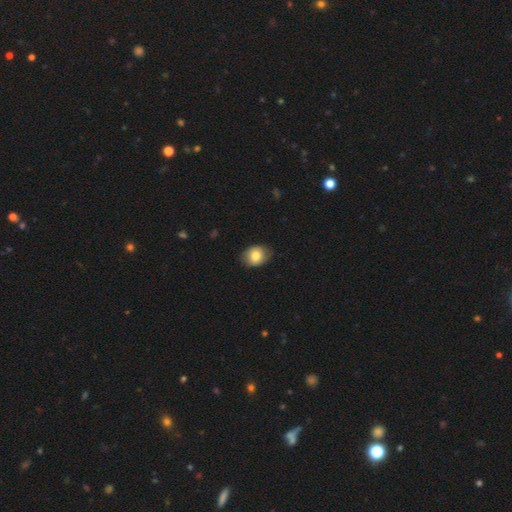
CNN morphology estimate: Smooth or featured? smooth (79%)
How rounded? in between (64%)
Merging? none (81%)